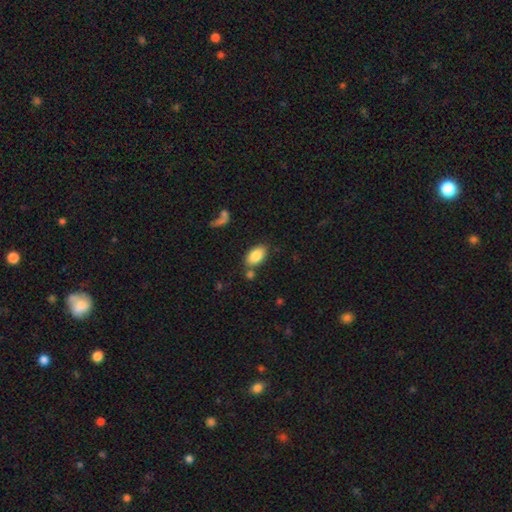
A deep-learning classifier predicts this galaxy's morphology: This appears to be a smooth galaxy with no disk features (86%) that is in between round and cigar-shaped (93%). Merging: none (70%).